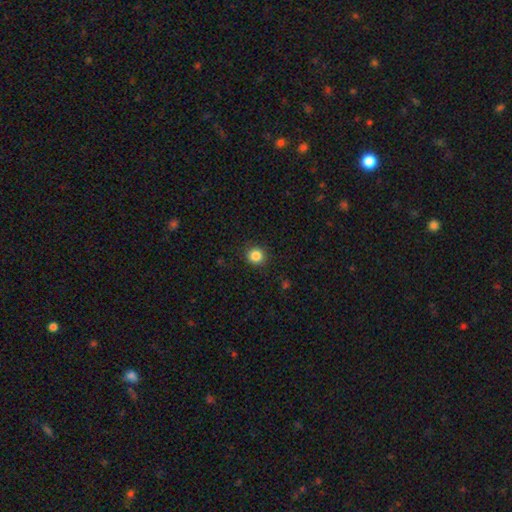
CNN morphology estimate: This is clearly a smooth galaxy (85%). How rounded: clearly round (93%). Merging: clearly none (90%).